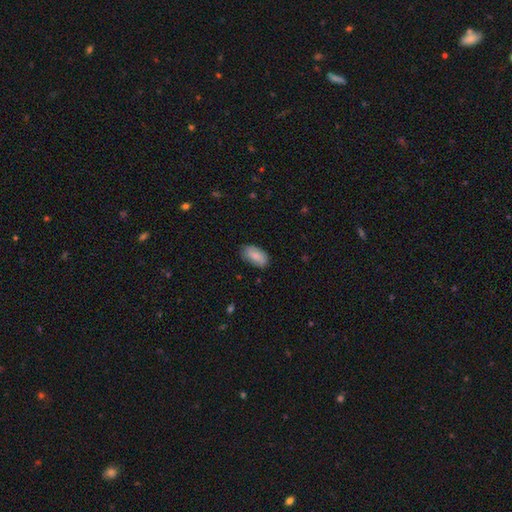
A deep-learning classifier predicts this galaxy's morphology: Smooth or featured? Predicted: smooth (p=0.81). How rounded? Predicted: in between (p=0.94). Merging? Predicted: none (p=0.79).